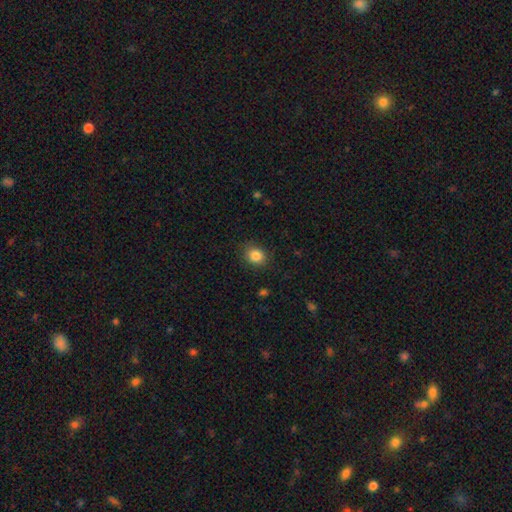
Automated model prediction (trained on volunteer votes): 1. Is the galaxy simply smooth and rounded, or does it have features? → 85% smooth, 10% star or artifact, 5% featured or disk.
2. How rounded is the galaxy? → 64% round, 35% in between, 1% cigar-shaped.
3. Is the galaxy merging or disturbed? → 85% none, 11% minor disturbance, 3% major disturbance, 1% merger.